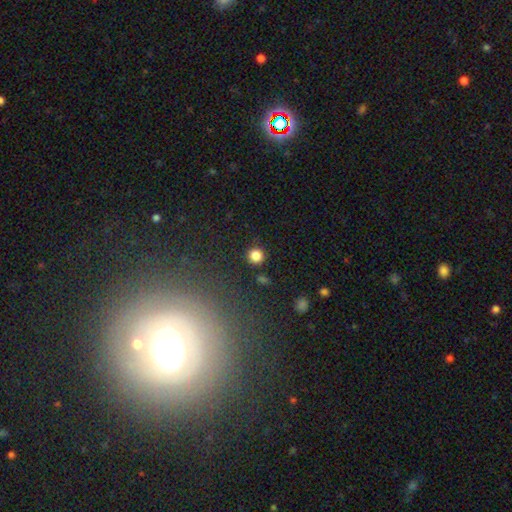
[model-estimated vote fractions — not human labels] smooth 83%, star or artifact 13%, featured or disk 4%. Down the decision tree: how rounded — round (94%); merging — none (89%).